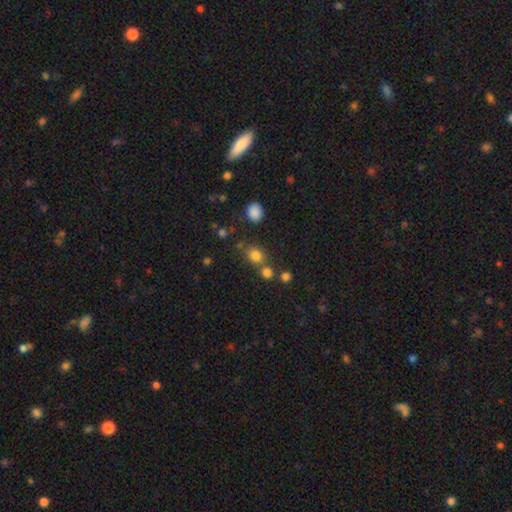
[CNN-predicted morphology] smooth-or-featured: smooth: 79% | star or artifact: 15% | featured or disk: 7%
  how-rounded: round: 64% | in between: 35% | cigar-shaped: 1%
  merging: none: 61% | merger: 24% | minor disturbance: 10% | major disturbance: 4%